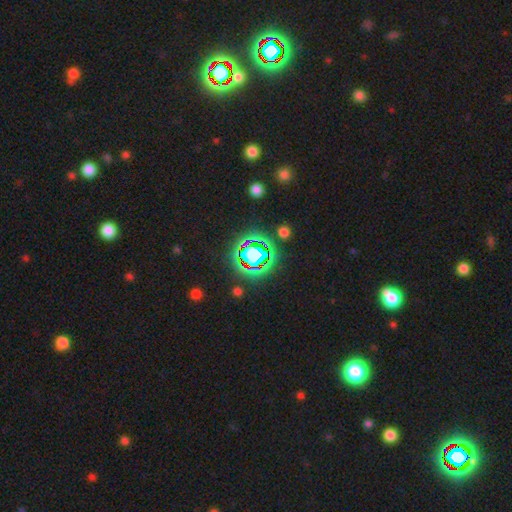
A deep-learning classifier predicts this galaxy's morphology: This appears to be a star or artifact, not a galaxy (67%).